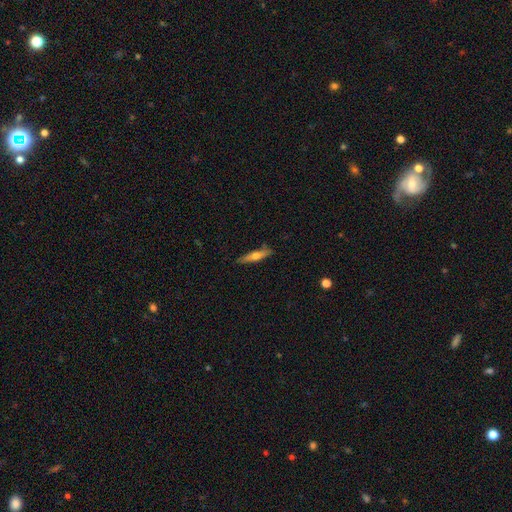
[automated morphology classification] type=smooth (49%); merging=none (86%).